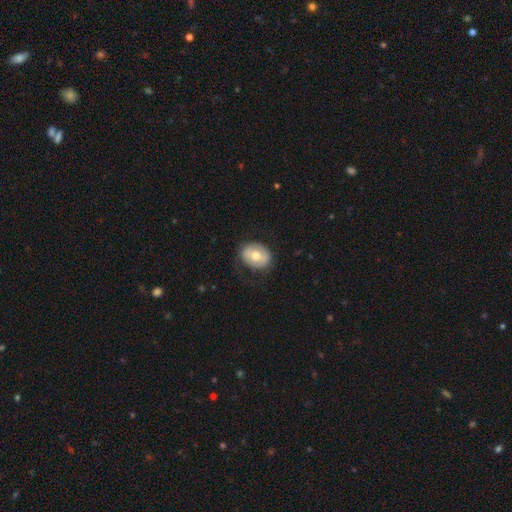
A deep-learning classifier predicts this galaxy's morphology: Smooth or featured: smooth — 59% (featured or disk — 34%)
How rounded: in between — 59% (round — 40%)
Merging: none — 78% (minor disturbance — 15%)